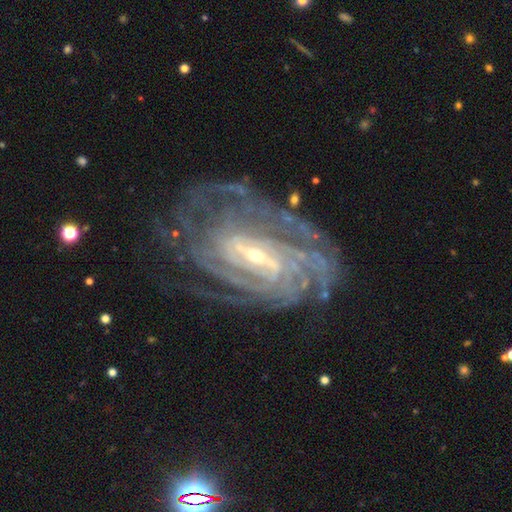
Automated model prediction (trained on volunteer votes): smooth-or-featured: featured or disk: 89% | star or artifact: 6% | smooth: 5%
  disk-edge-on: no: 95% | yes: 5%
    bar: weak: 41% | strong: 39% | no: 20%
    has-spiral-arms: yes: 97% | no: 3%
      spiral-winding: tight: 75% | medium: 21% | loose: 4%
      spiral-arm-count: can't tell: 31% | 4: 22% | more than 4: 17% | 3: 12% | 2: 11% | 1: 7%
    bulge-size: small: 70% | moderate: 26% | large: 2% | none: 1% | dominant: 1%
  merging: none: 71% | minor disturbance: 17% | major disturbance: 10% | merger: 2%